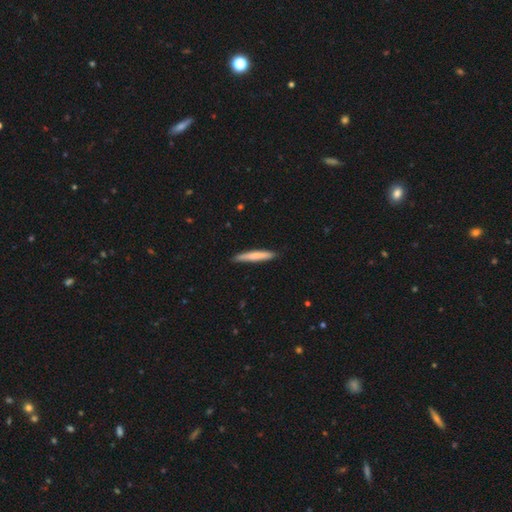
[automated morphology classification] This is likely a smooth galaxy (73%). How rounded: clearly cigar-shaped (94%). Merging: clearly none (85%).